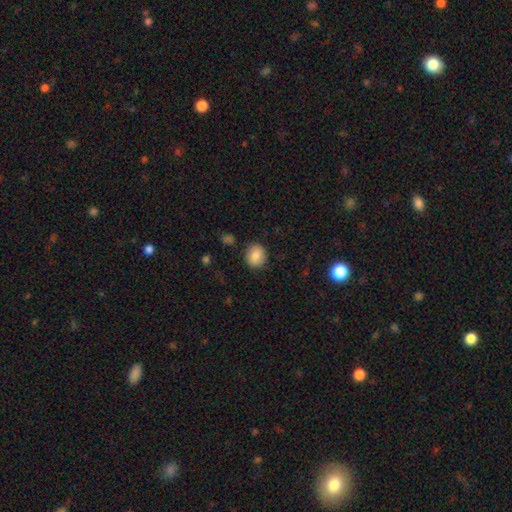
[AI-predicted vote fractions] Overall: smooth (86%). How rounded: round (73%). Merging: none (88%).